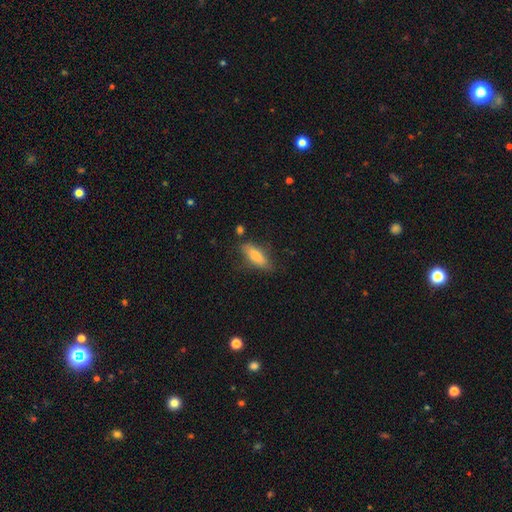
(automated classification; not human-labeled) A smooth galaxy with no disk features (78%) that is in between round and cigar-shaped (62%).

Vote fractions:
- Smooth or featured? smooth: 78% / featured or disk: 15% / star or artifact: 7%
- How rounded? in between: 62% / cigar-shaped: 36% / round: 2%
- Merging? none: 69% / minor disturbance: 21% / major disturbance: 7% / merger: 4%